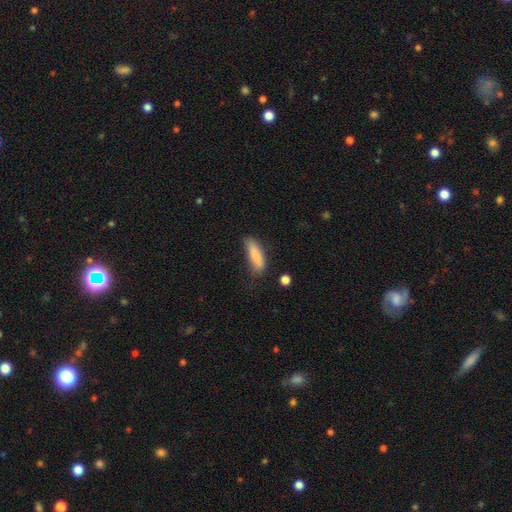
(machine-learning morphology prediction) smooth-or-featured: smooth: 85% | featured or disk: 8% | star or artifact: 7%
  how-rounded: cigar-shaped: 54% | in between: 45% | round: 2%
  merging: none: 66% | minor disturbance: 25% | major disturbance: 6% | merger: 3%